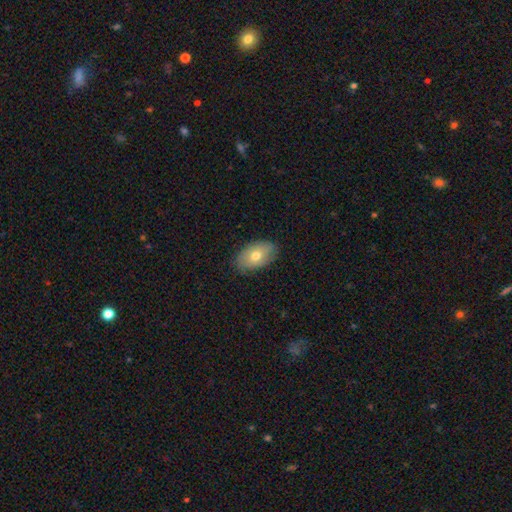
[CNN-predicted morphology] A smooth galaxy with no disk features (69%) that is in between round and cigar-shaped (92%).

Vote fractions:
- Smooth or featured? smooth: 69% / featured or disk: 24% / star or artifact: 7%
- How rounded? in between: 92% / round: 7% / cigar-shaped: 2%
- Merging? none: 83% / minor disturbance: 13% / major disturbance: 3% / merger: 1%